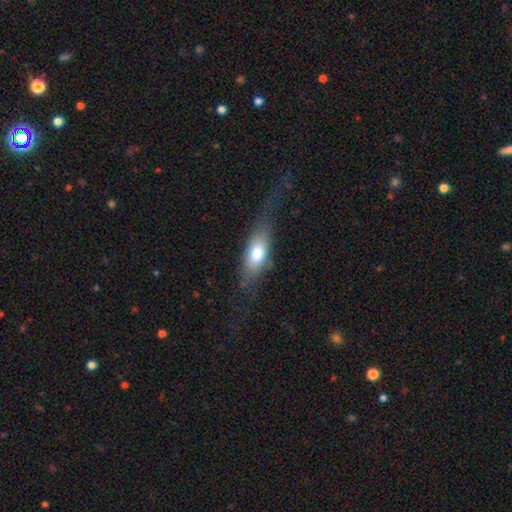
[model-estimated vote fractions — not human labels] Q: Smooth or featured?
A: smooth (70%); runner-up: featured or disk (23%)
Q: How rounded?
A: in between (76%); runner-up: cigar-shaped (19%)
Q: Merging?
A: none (51%); runner-up: minor disturbance (26%)